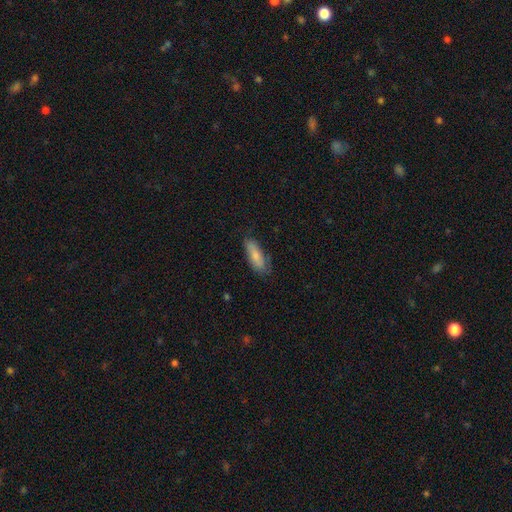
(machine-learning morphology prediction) smooth 80%, featured or disk 14%, star or artifact 6%. Down the decision tree: how rounded — in between (58%); merging — none (72%).